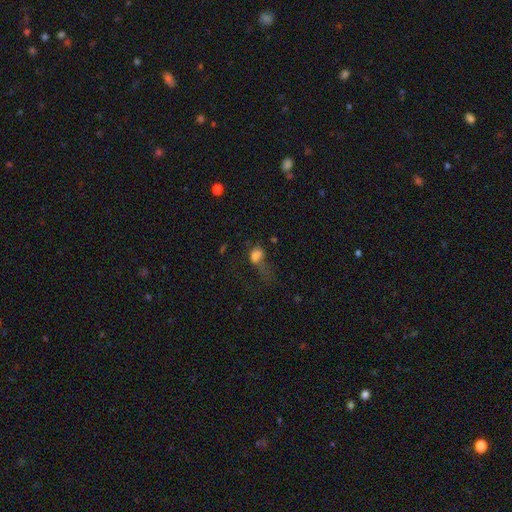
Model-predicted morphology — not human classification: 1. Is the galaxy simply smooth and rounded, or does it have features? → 70% smooth, 15% featured or disk, 15% star or artifact.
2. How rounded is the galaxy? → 71% in between, 27% round, 3% cigar-shaped.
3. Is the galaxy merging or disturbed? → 52% major disturbance, 20% none, 18% minor disturbance, 10% merger.